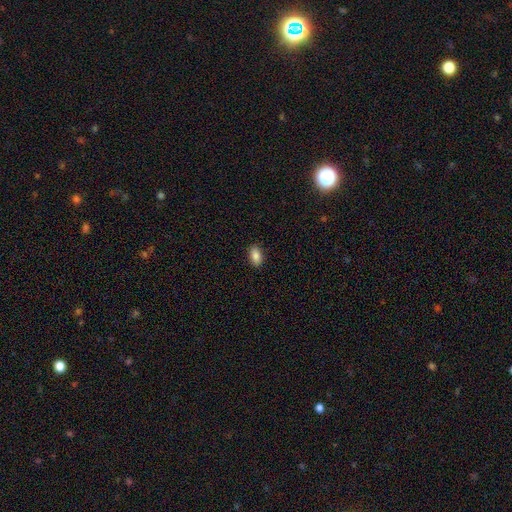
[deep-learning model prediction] smooth-or-featured: smooth: 86% | star or artifact: 8% | featured or disk: 6%
  how-rounded: in between: 91% | round: 5% | cigar-shaped: 4%
  merging: none: 89% | minor disturbance: 8% | major disturbance: 2% | merger: 1%